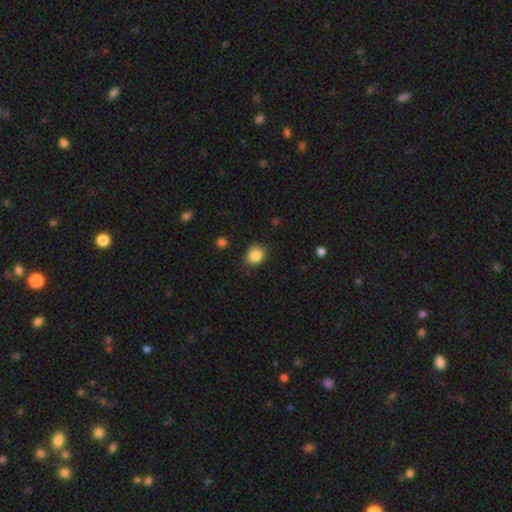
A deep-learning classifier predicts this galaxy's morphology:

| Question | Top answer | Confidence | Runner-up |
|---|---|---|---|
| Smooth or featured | smooth | 85% | star or artifact (10%) |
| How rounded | round | 61% | in between (39%) |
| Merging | none | 79% | minor disturbance (17%) |